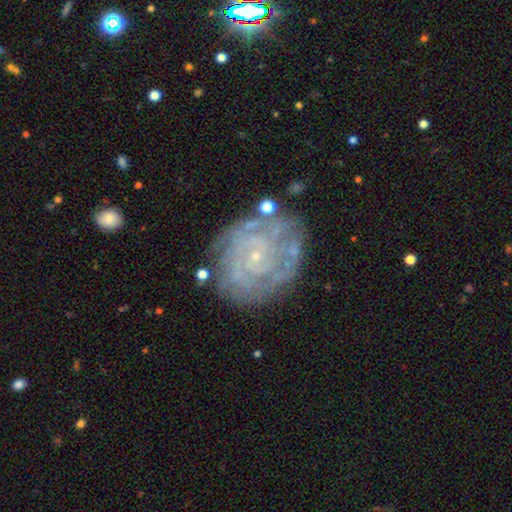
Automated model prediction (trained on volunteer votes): Morphology: type=featured or disk (84%); edge-on=no (98%); bar=no (75%); spiral arms=yes (93%); winding=tight (78%); arm count=can't tell (36%); bulge=small (88%); merging=none (72%).